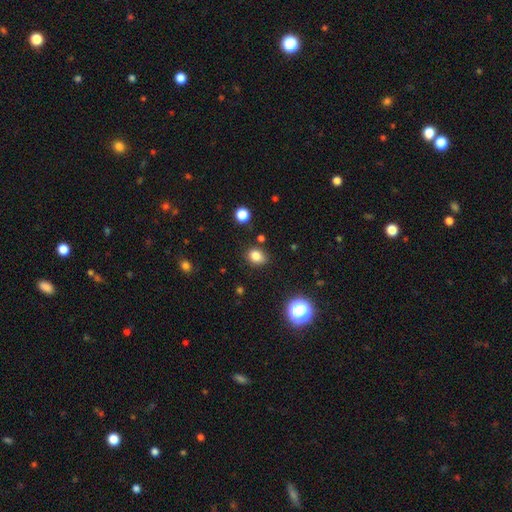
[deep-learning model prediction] Q: Smooth or featured?
A: smooth (81%); runner-up: star or artifact (13%)
Q: How rounded?
A: in between (50%); runner-up: round (49%)
Q: Merging?
A: none (81%); runner-up: minor disturbance (13%)